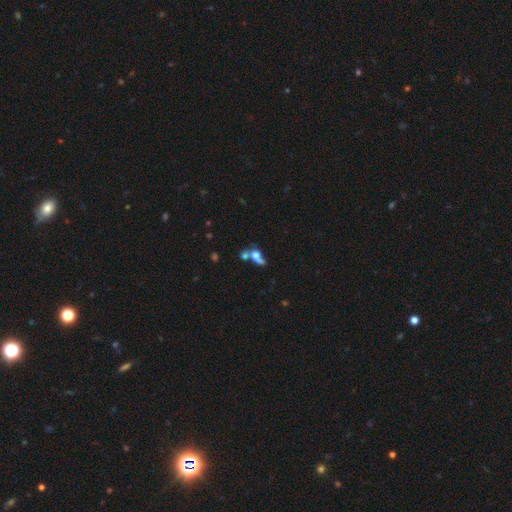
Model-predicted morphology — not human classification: Smooth or featured?
  - smooth: 58% *
  - featured or disk: 28%
  - star or artifact: 14%
How rounded?
  - round: 45% *
  - in between: 44%
  - cigar-shaped: 10%
Merging?
  - merger: 55% *
  - none: 23%
  - major disturbance: 13%
  - minor disturbance: 9%